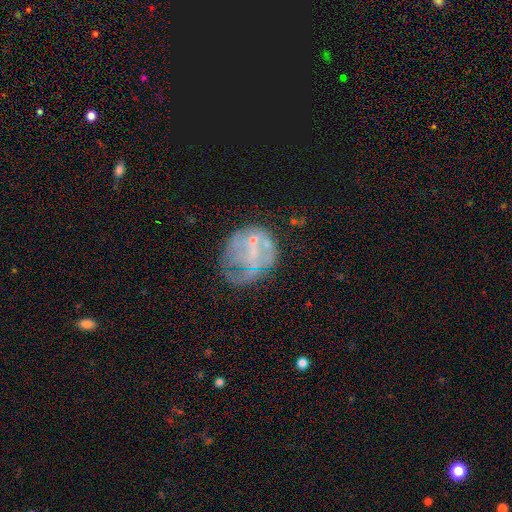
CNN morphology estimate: smooth_or_featured: featured or disk (p=0.54) [alt: smooth p=0.29]
disk_edge_on: no (p=0.97) [alt: yes p=0.03]
bar: no (p=0.69) [alt: weak p=0.23]
has_spiral_arms: no (p=0.70) [alt: yes p=0.30]
bulge_size: small (p=0.45) [alt: none p=0.41]
merging: none (p=0.44) [alt: major disturbance p=0.26]